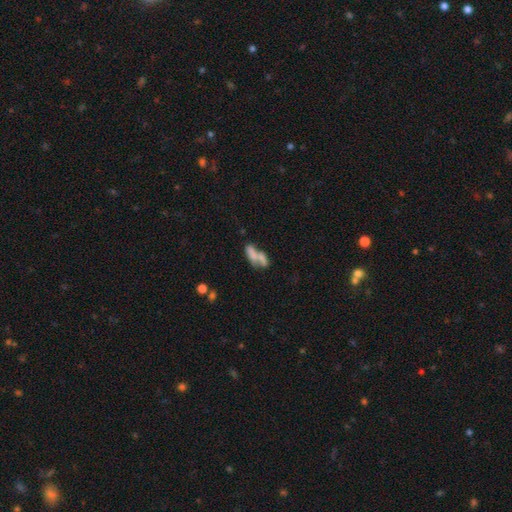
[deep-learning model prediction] Q: Smooth or featured?
A: smooth (60%); runner-up: featured or disk (29%)
Q: How rounded?
A: in between (68%); runner-up: cigar-shaped (26%)
Q: Merging?
A: merger (57%); runner-up: none (22%)